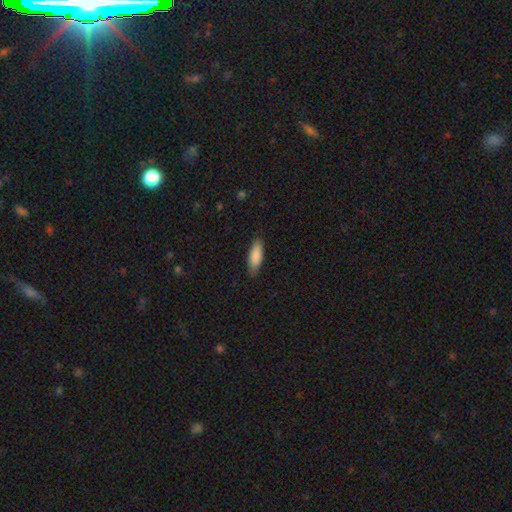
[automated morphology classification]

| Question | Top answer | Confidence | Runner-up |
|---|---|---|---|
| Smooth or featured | smooth | 87% | featured or disk (7%) |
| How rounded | in between | 67% | cigar-shaped (31%) |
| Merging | none | 83% | minor disturbance (13%) |